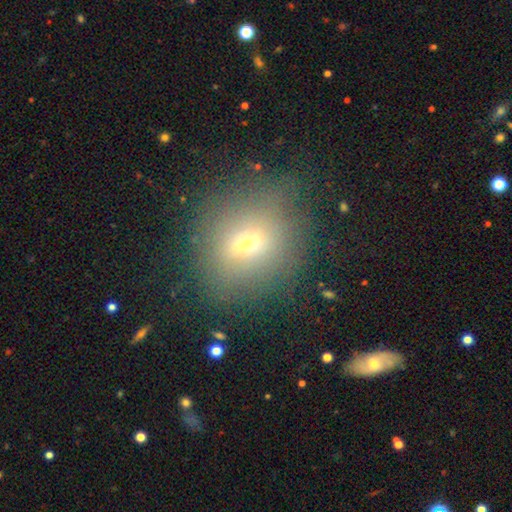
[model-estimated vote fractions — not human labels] smooth_or_featured: smooth (p=0.53) [alt: star or artifact p=0.27]
how_rounded: round (p=0.71) [alt: in between p=0.27]
merging: none (p=0.84) [alt: minor disturbance p=0.10]